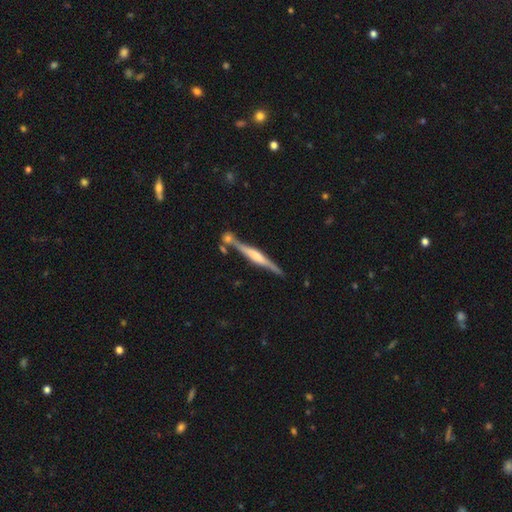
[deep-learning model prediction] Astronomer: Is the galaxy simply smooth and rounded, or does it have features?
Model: featured or disk — 73%.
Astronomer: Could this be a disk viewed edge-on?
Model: yes — 97%.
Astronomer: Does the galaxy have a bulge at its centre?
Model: rounded — 53% (runner-up: boxy, 34%).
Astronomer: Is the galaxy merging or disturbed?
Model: none — 72%.